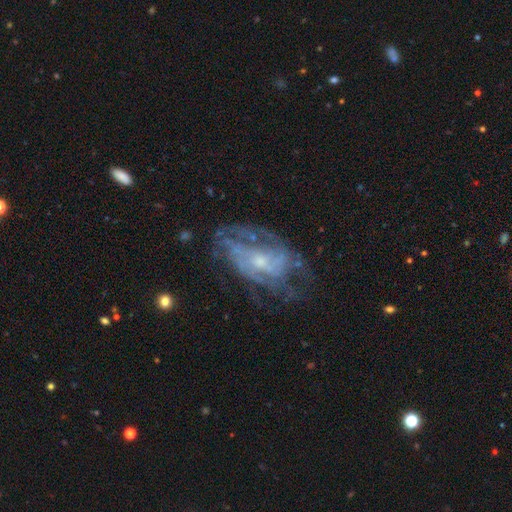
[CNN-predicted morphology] Q: Smooth or featured?
A: featured or disk (73%); runner-up: star or artifact (14%)
Q: Edge-on disk?
A: no (94%); runner-up: yes (6%)
Q: Bar?
A: no (60%); runner-up: weak (32%)
Q: Spiral arms?
A: yes (80%); runner-up: no (20%)
Q: Spiral winding?
A: tight (48%); runner-up: medium (37%)
Q: Spiral arm count?
A: can't tell (50%); runner-up: 2 (20%)
Q: Bulge size?
A: small (62%); runner-up: moderate (30%)
Q: Merging?
A: none (63%); runner-up: minor disturbance (20%)